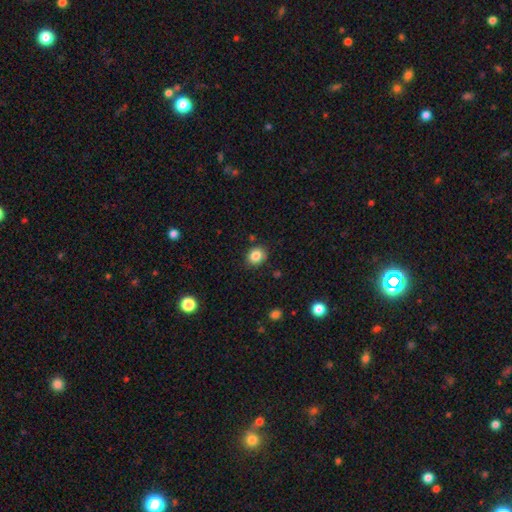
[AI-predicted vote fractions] This is clearly a smooth galaxy (84%). How rounded: possibly round (58%). Merging: clearly none (86%).